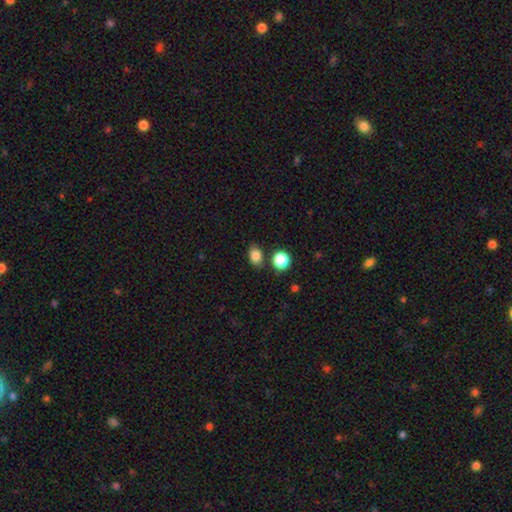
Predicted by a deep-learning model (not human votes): This appears to be a smooth galaxy with no disk features (83%) that is in between round and cigar-shaped (68%). Merging: none (79%).